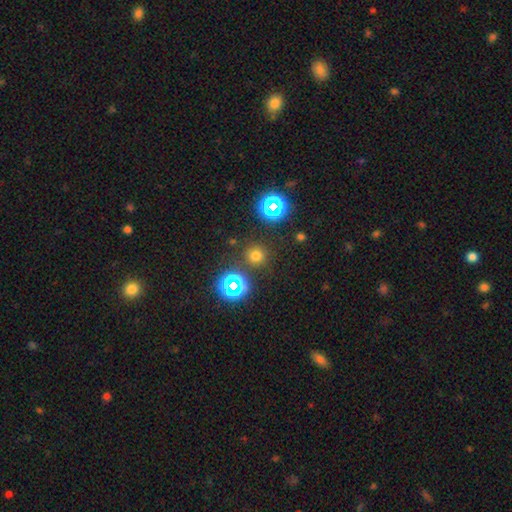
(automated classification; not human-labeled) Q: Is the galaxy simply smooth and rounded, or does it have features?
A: smooth — 66%.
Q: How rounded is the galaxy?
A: round — 95%.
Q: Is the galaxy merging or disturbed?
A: none — 87%.